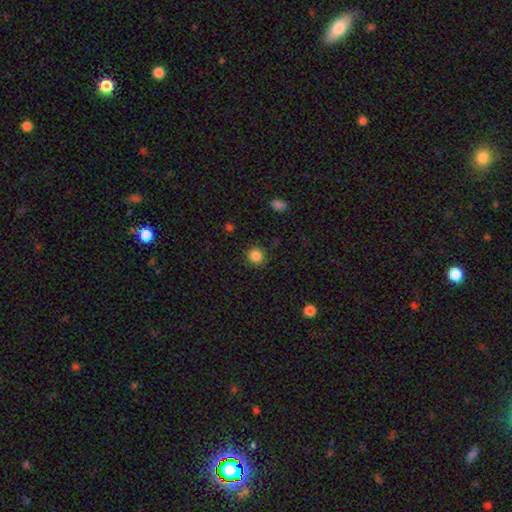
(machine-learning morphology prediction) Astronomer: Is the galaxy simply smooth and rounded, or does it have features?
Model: smooth — 85%.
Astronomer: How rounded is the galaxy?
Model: round — 91%.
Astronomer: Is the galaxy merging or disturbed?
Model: none — 89%.